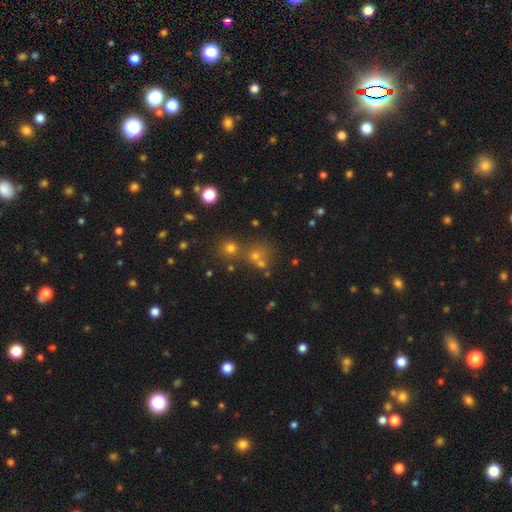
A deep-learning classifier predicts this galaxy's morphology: Q: Smooth or featured?
A: smooth (55%); runner-up: star or artifact (32%)
Q: How rounded?
A: round (82%); runner-up: in between (17%)
Q: Merging?
A: none (50%); runner-up: merger (38%)